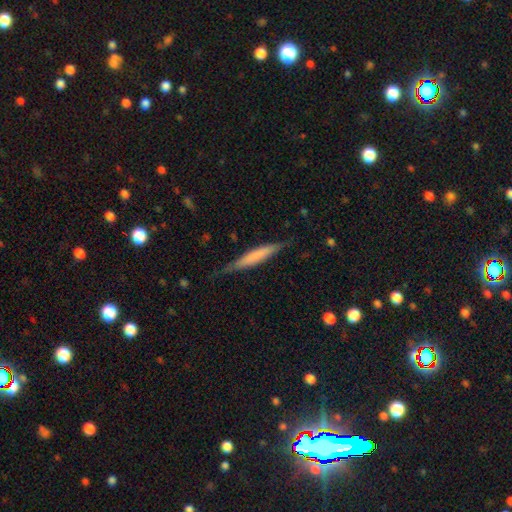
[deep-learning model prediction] Q: Smooth or featured?
A: smooth (60%); runner-up: featured or disk (35%)
Q: How rounded?
A: cigar-shaped (92%); runner-up: in between (6%)
Q: Merging?
A: none (79%); runner-up: minor disturbance (16%)